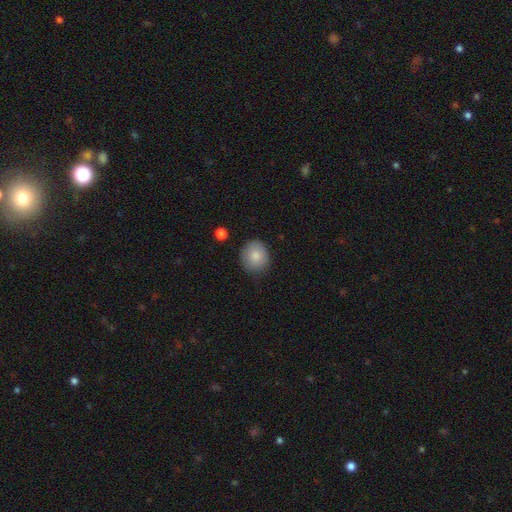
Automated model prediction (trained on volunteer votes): Overall: smooth (83%). How rounded: round (79%). Merging: none (79%).